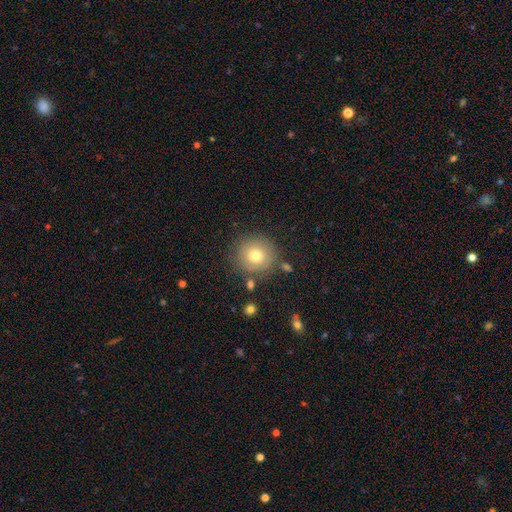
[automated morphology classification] This appears to be a smooth galaxy with no disk features (74%) that is round (93%). Merging: none (82%).